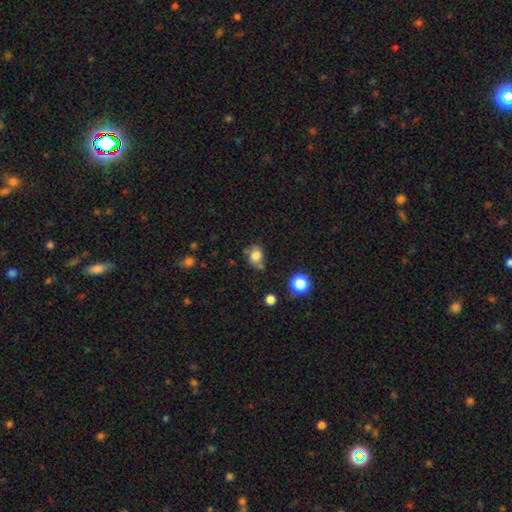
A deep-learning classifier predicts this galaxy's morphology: Overall: smooth (79%). How rounded: in between (52%; round 47%). Merging: none (55%; minor disturbance 25%).